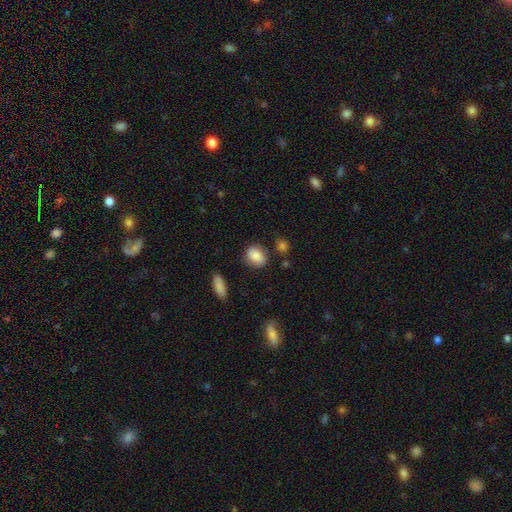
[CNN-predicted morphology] Smooth or featured? smooth (81%)
How rounded? in between (55%)
Merging? none (74%)